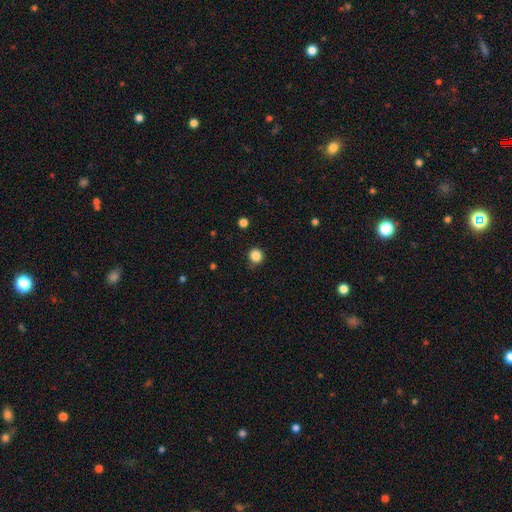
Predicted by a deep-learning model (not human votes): This appears to be a smooth galaxy with no disk features (85%) that is round (93%). Merging: none (87%).